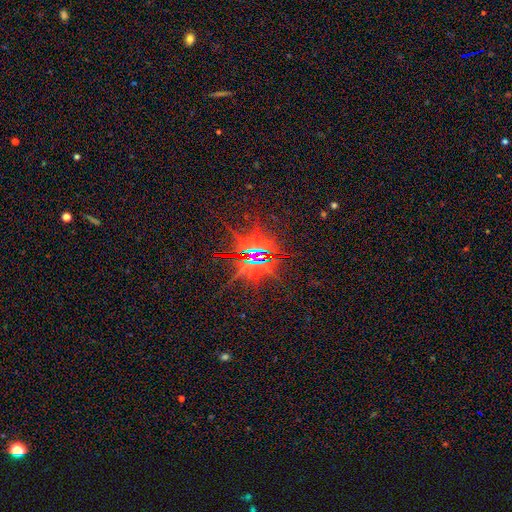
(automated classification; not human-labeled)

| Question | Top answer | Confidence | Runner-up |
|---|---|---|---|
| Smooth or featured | star or artifact | 82% | featured or disk (11%) |